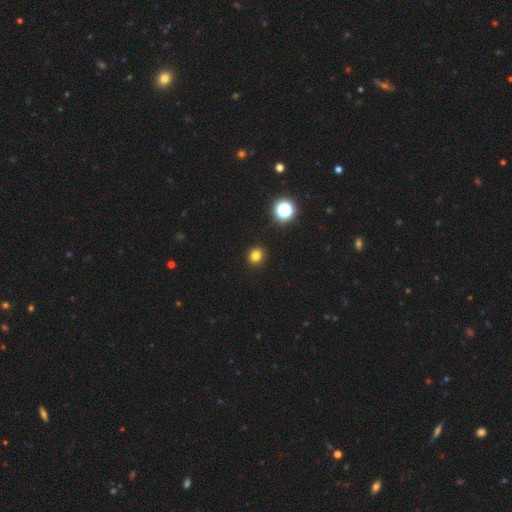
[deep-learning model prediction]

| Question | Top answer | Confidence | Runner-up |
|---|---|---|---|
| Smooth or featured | smooth | 79% | star or artifact (16%) |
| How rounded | round | 78% | in between (21%) |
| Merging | none | 92% | minor disturbance (5%) |